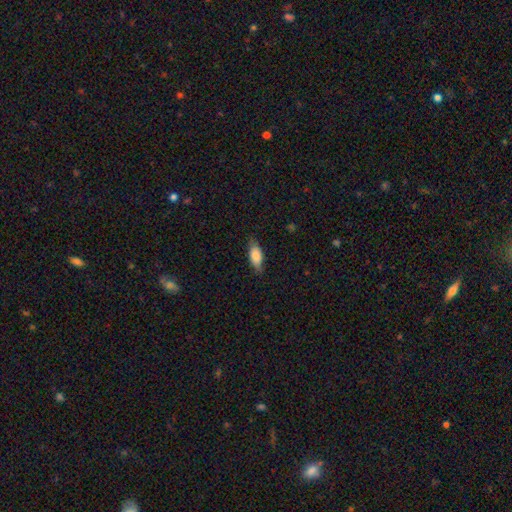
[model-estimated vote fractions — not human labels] The model was most divided on "merging": none: 78%, minor disturbance: 18%, major disturbance: 3%, merger: 1%. More confident: smooth or featured — smooth (82%); how rounded — in between (81%).